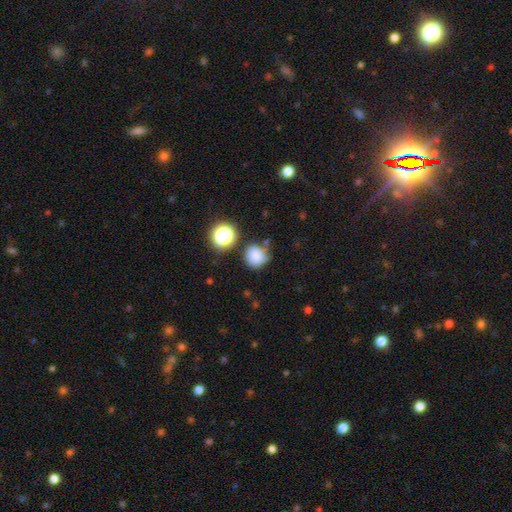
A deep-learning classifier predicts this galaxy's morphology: smooth_or_featured: smooth (p=0.80) [alt: star or artifact p=0.13]
how_rounded: round (p=0.88) [alt: in between p=0.11]
merging: none (p=0.69) [alt: minor disturbance p=0.17]